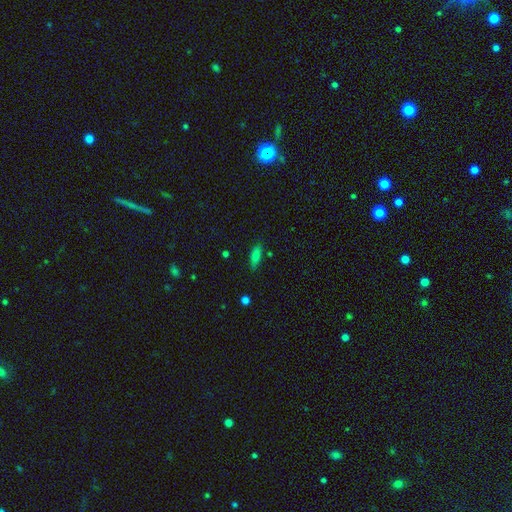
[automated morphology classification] The model was most divided on "how rounded": in between: 59%, cigar-shaped: 38%, round: 3%. More confident: merging — none (81%); smooth or featured — smooth (74%).